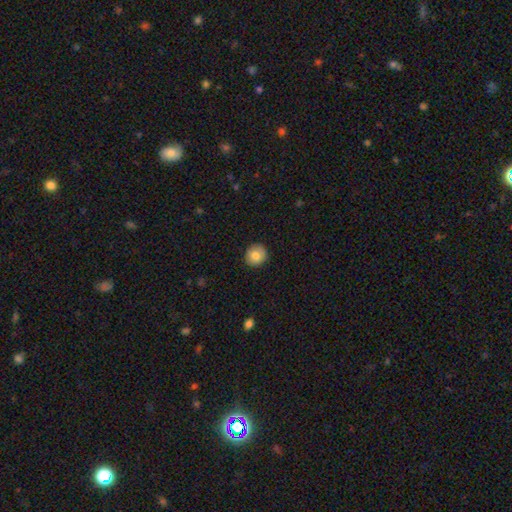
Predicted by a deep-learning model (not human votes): Morphology: type=smooth (81%); roundness=round (86%); merging=none (89%).